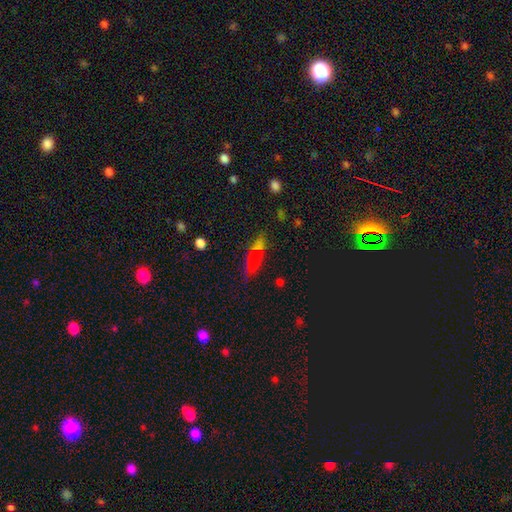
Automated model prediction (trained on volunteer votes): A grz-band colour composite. It shows a smooth galaxy with no disk features (58%) that is cigar-shaped (67%). Merging: none (71%).